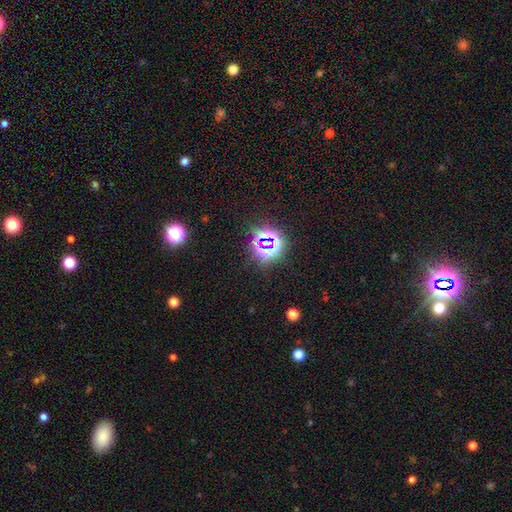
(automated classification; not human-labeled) Smooth or featured? star or artifact (81%)